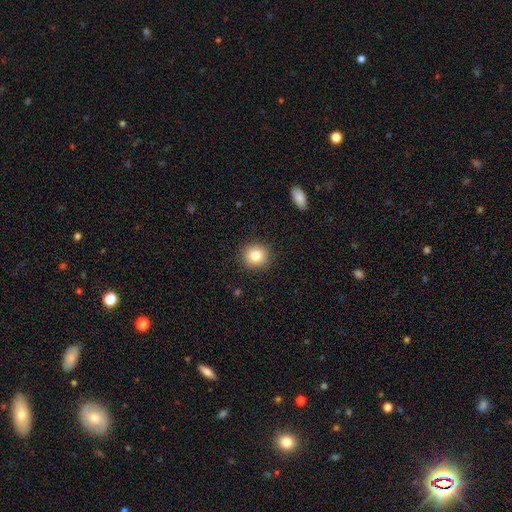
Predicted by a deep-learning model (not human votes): This appears to be a smooth galaxy with no disk features (83%) that is round (89%). Merging: none (90%).